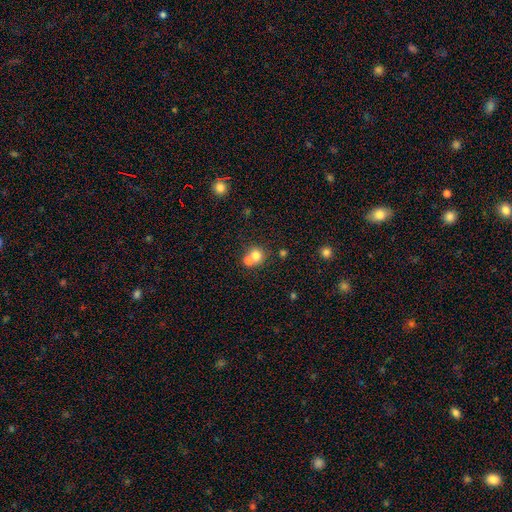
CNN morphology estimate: The model was most divided on "merging": merger: 49%, none: 42%, minor disturbance: 6%, major disturbance: 3%. More confident: how rounded — round (83%); smooth or featured — smooth (74%).